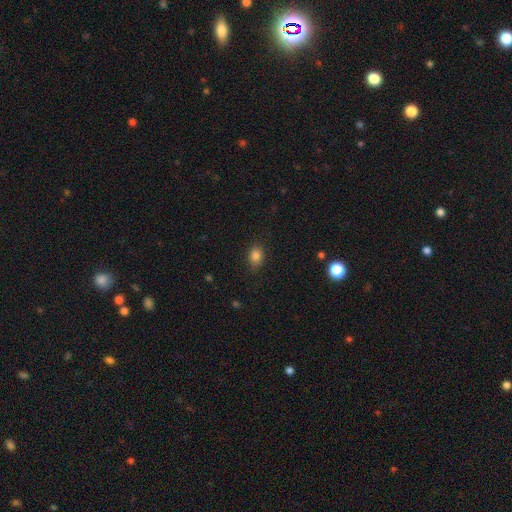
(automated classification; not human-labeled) Smooth or featured: smooth — 83% (star or artifact — 11%)
How rounded: in between — 67% (round — 32%)
Merging: none — 84% (minor disturbance — 12%)